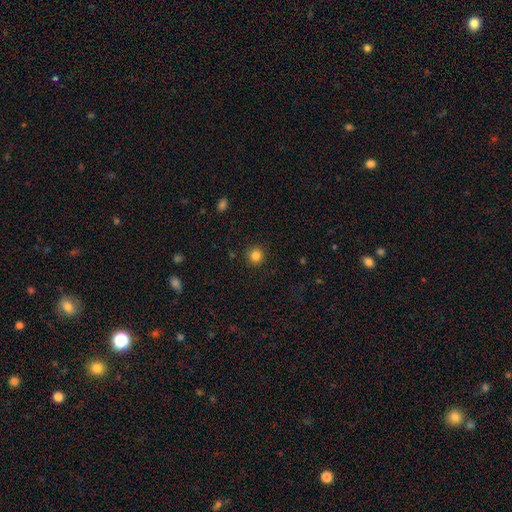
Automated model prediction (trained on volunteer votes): Smooth or featured? smooth (84%)
How rounded? round (94%)
Merging? none (91%)